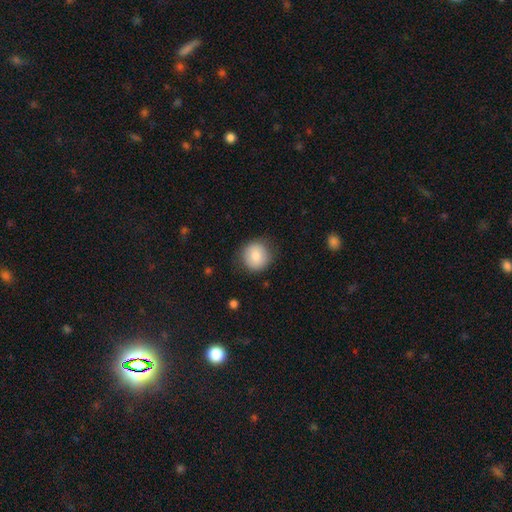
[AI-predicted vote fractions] Morphology: type=smooth (81%); roundness=round (92%); merging=none (84%).